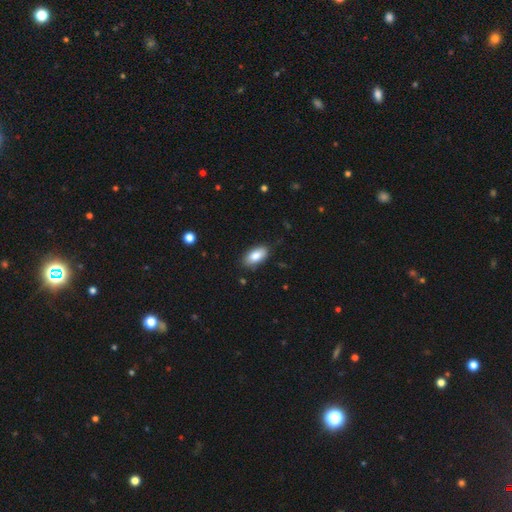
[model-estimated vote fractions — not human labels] The model was most divided on "merging": none: 84%, minor disturbance: 12%, major disturbance: 3%, merger: 1%. More confident: how rounded — in between (92%); smooth or featured — smooth (86%).